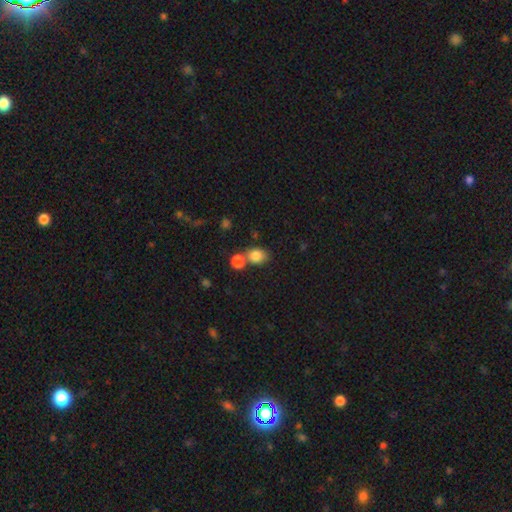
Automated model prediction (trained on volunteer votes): smooth_or_featured: smooth (p=0.82) [alt: star or artifact p=0.10]
how_rounded: round (p=0.50) [alt: in between p=0.49]
merging: none (p=0.54) [alt: merger p=0.32]